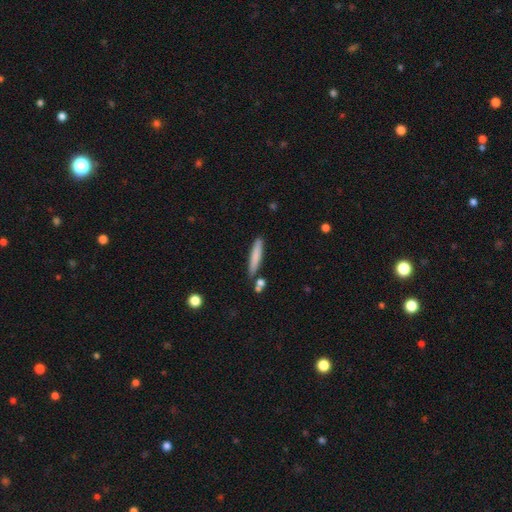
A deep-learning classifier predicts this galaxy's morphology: A smooth galaxy with no disk features (77%) that is cigar-shaped (91%).

Vote fractions:
- Smooth or featured? smooth: 77% / featured or disk: 17% / star or artifact: 6%
- How rounded? cigar-shaped: 91% / in between: 8% / round: 1%
- Merging? none: 81% / minor disturbance: 11% / merger: 6% / major disturbance: 2%